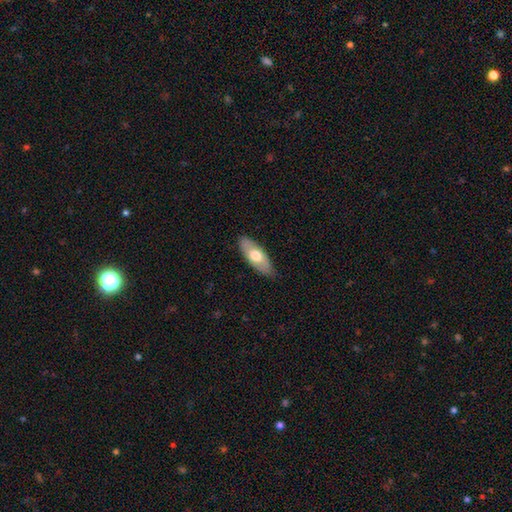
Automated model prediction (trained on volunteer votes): Smooth or featured: smooth — 62% (featured or disk — 32%)
How rounded: in between — 80% (cigar-shaped — 17%)
Merging: none — 82% (minor disturbance — 15%)